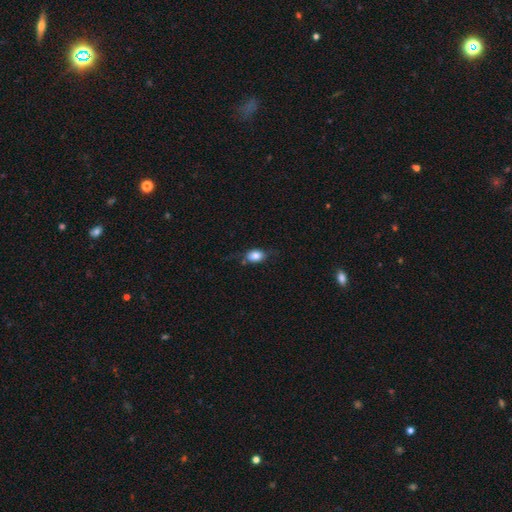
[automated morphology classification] Smooth or featured?
  - smooth: 76% *
  - featured or disk: 15%
  - star or artifact: 9%
How rounded?
  - in between: 72% *
  - round: 25%
  - cigar-shaped: 3%
Merging?
  - none: 61% *
  - minor disturbance: 26%
  - major disturbance: 10%
  - merger: 2%